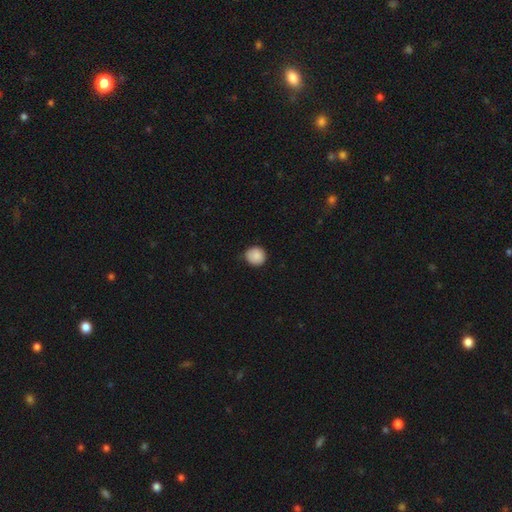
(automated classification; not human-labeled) This appears to be a smooth galaxy with no disk features (87%) that is round (89%). Merging: none (80%).